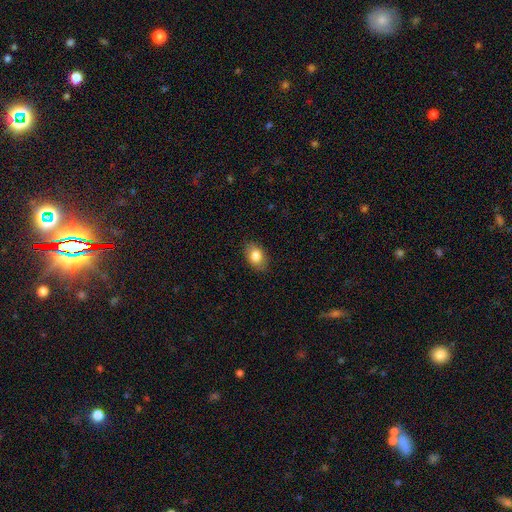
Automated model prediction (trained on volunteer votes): Smooth or featured? smooth (83%)
How rounded? in between (85%)
Merging? none (85%)